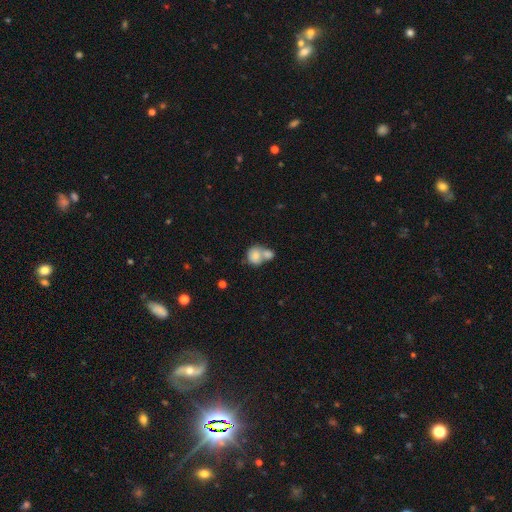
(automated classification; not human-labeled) Smooth or featured?
  - smooth: 77% *
  - featured or disk: 15%
  - star or artifact: 8%
How rounded?
  - round: 63% *
  - in between: 36%
  - cigar-shaped: 1%
Merging?
  - merger: 66% *
  - none: 22%
  - minor disturbance: 8%
  - major disturbance: 4%